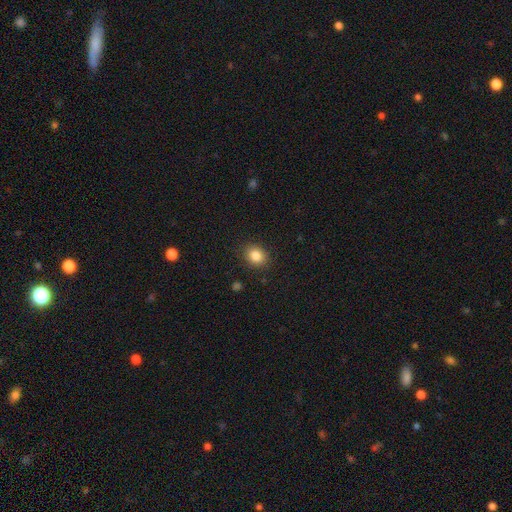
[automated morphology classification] type=smooth (85%); roundness=round (56%); merging=none (88%).